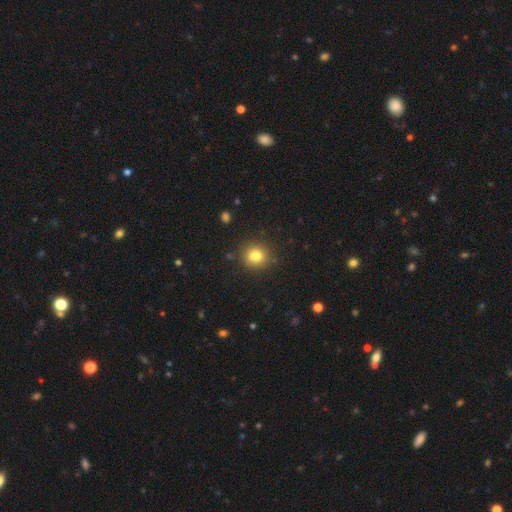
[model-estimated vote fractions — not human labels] smooth_or_featured: smooth (p=0.80) [alt: star or artifact p=0.12]
how_rounded: round (p=0.85) [alt: in between p=0.14]
merging: none (p=0.86) [alt: minor disturbance p=0.09]